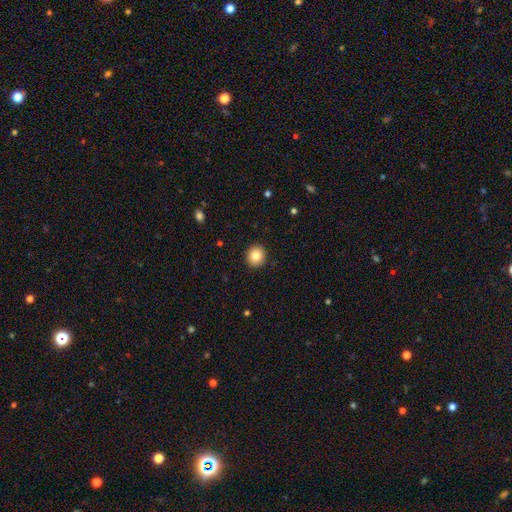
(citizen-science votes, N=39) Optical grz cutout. It shows a smooth galaxy with no disk features (79%) that is round (87%). Merging: none (91%).